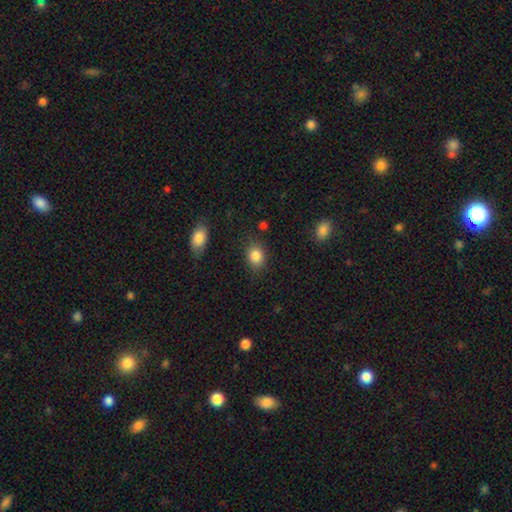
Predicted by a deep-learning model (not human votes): Smooth or featured?
  - smooth: 85% *
  - star or artifact: 9%
  - featured or disk: 5%
How rounded?
  - round: 55% *
  - in between: 44%
  - cigar-shaped: 1%
Merging?
  - none: 79% *
  - minor disturbance: 15%
  - major disturbance: 4%
  - merger: 2%